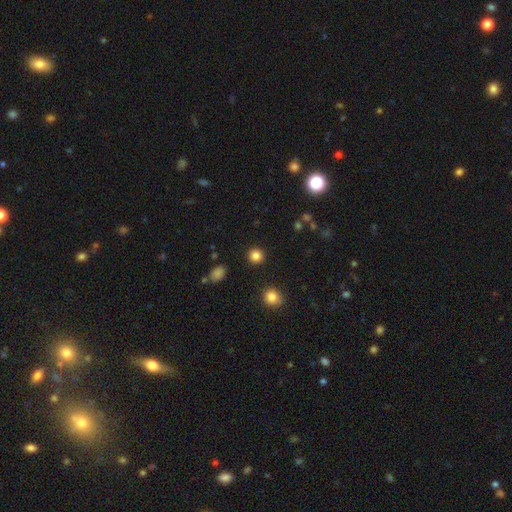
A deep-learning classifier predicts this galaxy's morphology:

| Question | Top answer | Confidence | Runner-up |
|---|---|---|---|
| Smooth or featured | smooth | 84% | star or artifact (12%) |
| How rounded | round | 93% | in between (7%) |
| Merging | none | 91% | minor disturbance (5%) |